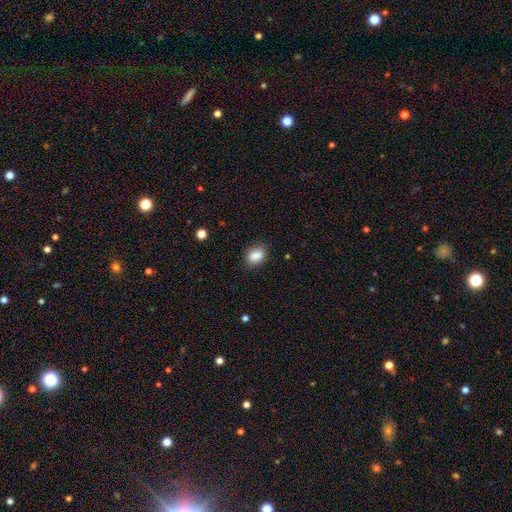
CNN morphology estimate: Smooth or featured? smooth (87%)
How rounded? in between (73%)
Merging? none (82%)